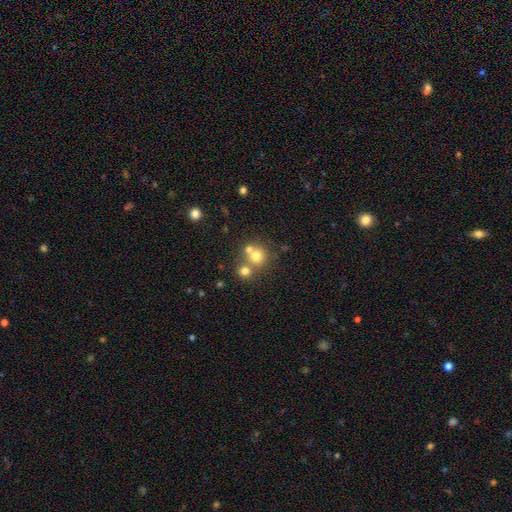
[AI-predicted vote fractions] A smooth galaxy with no disk features (70%) that is round (88%).

Vote fractions:
- Smooth or featured? smooth: 70% / featured or disk: 16% / star or artifact: 15%
- How rounded? round: 88% / in between: 11% / cigar-shaped: 1%
- Merging? none: 50% / merger: 40% / minor disturbance: 7% / major disturbance: 3%